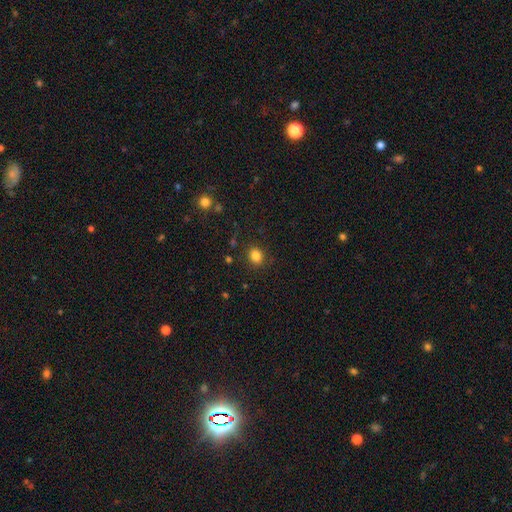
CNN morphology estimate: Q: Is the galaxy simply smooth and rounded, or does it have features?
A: smooth — 83%.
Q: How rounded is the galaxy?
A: round — 61%.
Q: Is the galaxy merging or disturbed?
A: none — 85%.